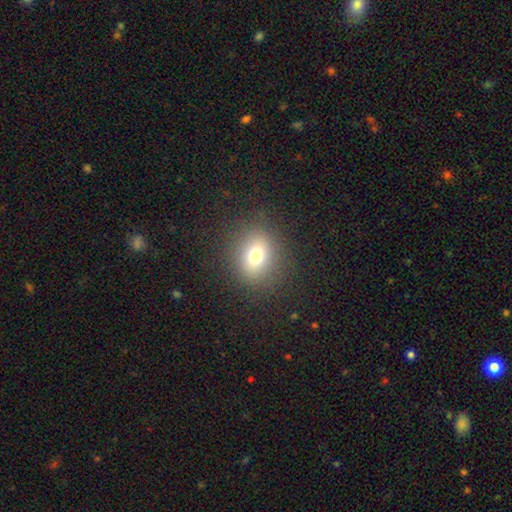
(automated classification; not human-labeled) Smooth or featured? Predicted: smooth (p=0.72). How rounded? Predicted: round (p=0.63). Merging? Predicted: none (p=0.85).